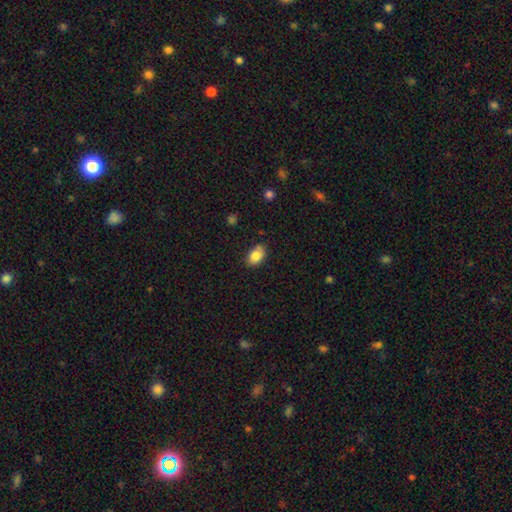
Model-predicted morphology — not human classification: This is clearly a smooth galaxy (84%). How rounded: clearly in between (85%). Merging: likely none (78%).